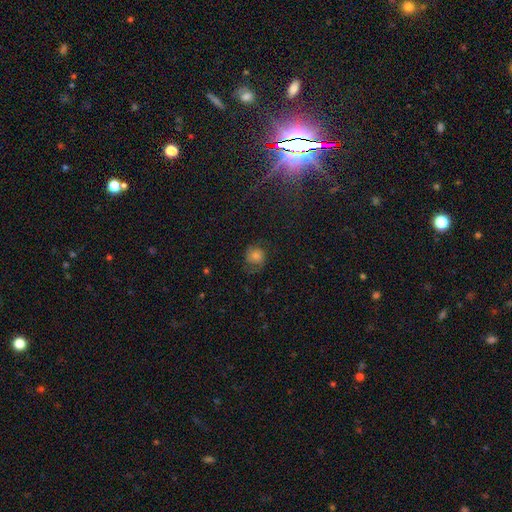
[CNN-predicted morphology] type=smooth (58%); roundness=round (83%); merging=none (66%).